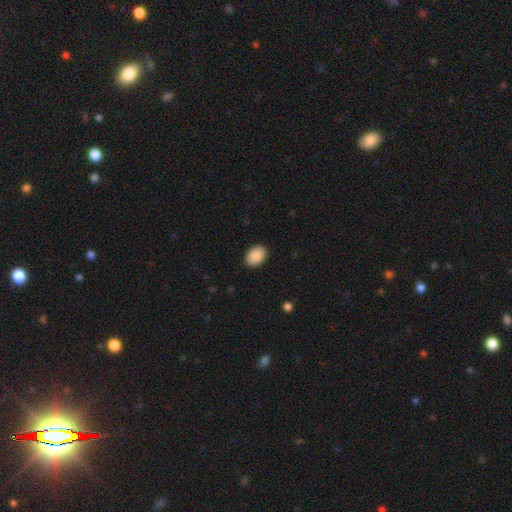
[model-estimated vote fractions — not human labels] Smooth or featured? smooth (90%)
How rounded? in between (83%)
Merging? none (90%)